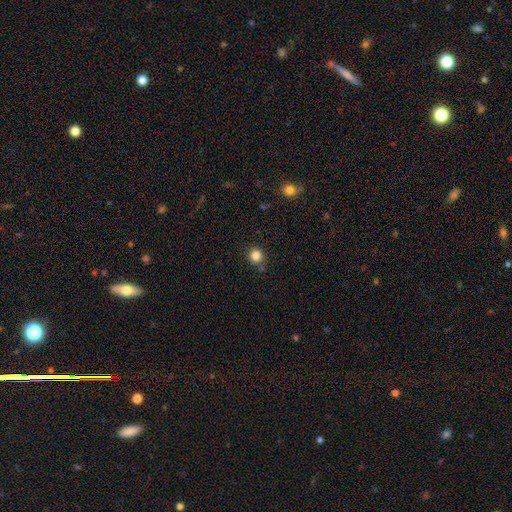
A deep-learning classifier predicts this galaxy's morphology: Smooth or featured? smooth (84%)
How rounded? round (85%)
Merging? none (81%)